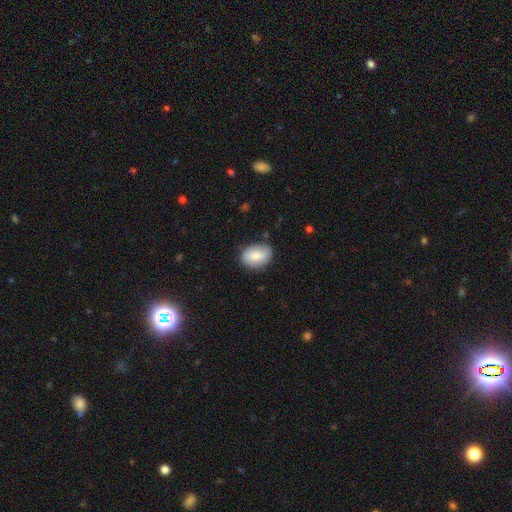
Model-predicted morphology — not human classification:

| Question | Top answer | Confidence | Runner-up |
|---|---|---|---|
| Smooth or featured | smooth | 75% | featured or disk (18%) |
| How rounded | in between | 75% | round (23%) |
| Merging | none | 76% | minor disturbance (18%) |